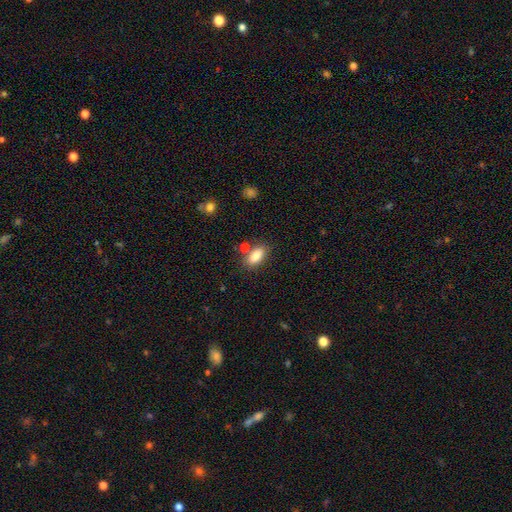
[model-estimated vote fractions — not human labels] Smooth or featured: smooth — 84% (star or artifact — 8%)
How rounded: in between — 89% (cigar-shaped — 6%)
Merging: none — 75% (minor disturbance — 12%)